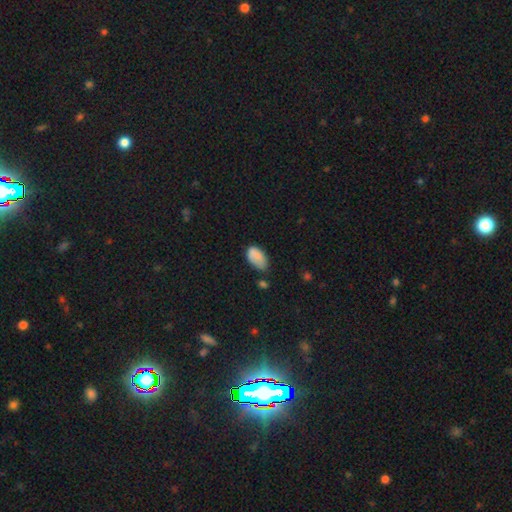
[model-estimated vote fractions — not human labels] This appears to be a smooth galaxy with no disk features (81%) that is in between round and cigar-shaped (94%). Merging: none (52%).